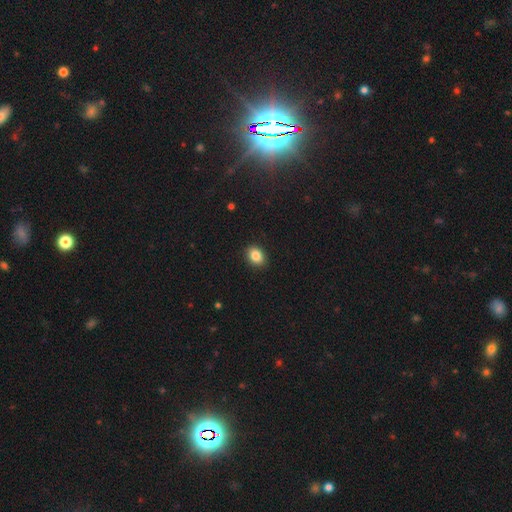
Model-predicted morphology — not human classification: A smooth galaxy with no disk features (86%) that is in between round and cigar-shaped (68%).

Vote fractions:
- Smooth or featured? smooth: 86% / star or artifact: 9% / featured or disk: 6%
- How rounded? in between: 68% / round: 31% / cigar-shaped: 1%
- Merging? none: 90% / minor disturbance: 7% / major disturbance: 2% / merger: 1%